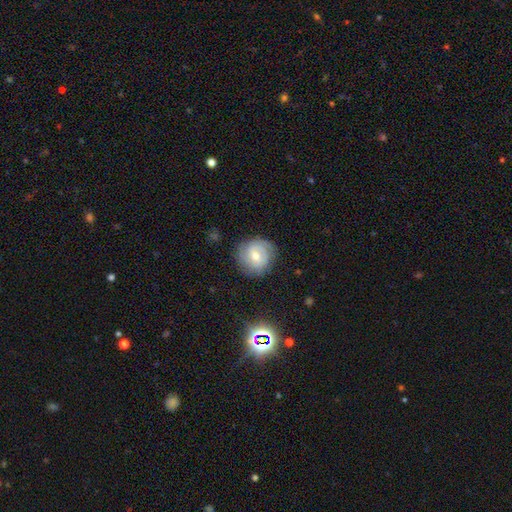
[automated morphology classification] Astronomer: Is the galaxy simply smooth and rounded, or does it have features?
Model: featured or disk — 56% (runner-up: smooth, 32%).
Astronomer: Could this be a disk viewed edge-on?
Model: no — 96%.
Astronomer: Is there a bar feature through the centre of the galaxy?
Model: weak — 45% (runner-up: no, 44%).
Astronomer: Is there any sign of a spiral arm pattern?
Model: yes — 83%.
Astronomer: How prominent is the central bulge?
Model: moderate — 65%.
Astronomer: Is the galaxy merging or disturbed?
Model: none — 78%.